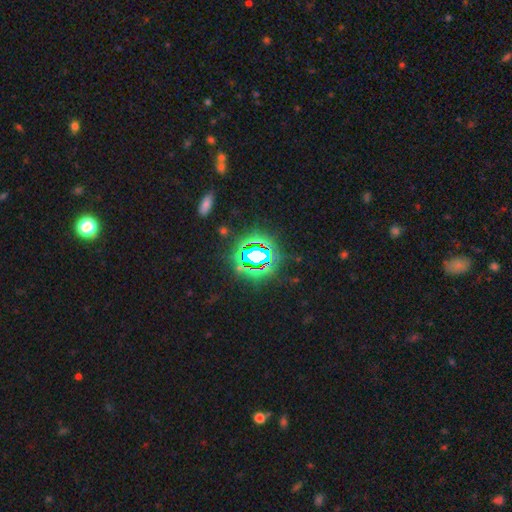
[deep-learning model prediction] A star or artifact, not a galaxy (76%).

Vote fractions:
- Smooth or featured? star or artifact: 76% / smooth: 14% / featured or disk: 11%